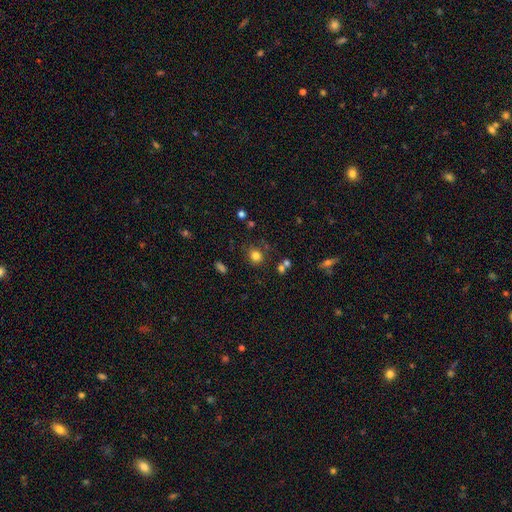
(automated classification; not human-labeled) The model was most divided on "how rounded": round: 79%, in between: 20%, cigar-shaped: 1%. More confident: smooth or featured — smooth (79%); merging — none (77%).